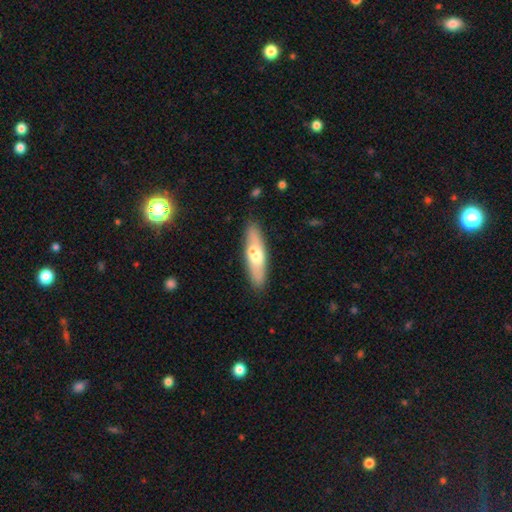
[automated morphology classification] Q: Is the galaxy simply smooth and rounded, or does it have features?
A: smooth — 51%.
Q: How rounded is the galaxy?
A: cigar-shaped — 64%.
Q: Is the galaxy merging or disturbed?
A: none — 86%.